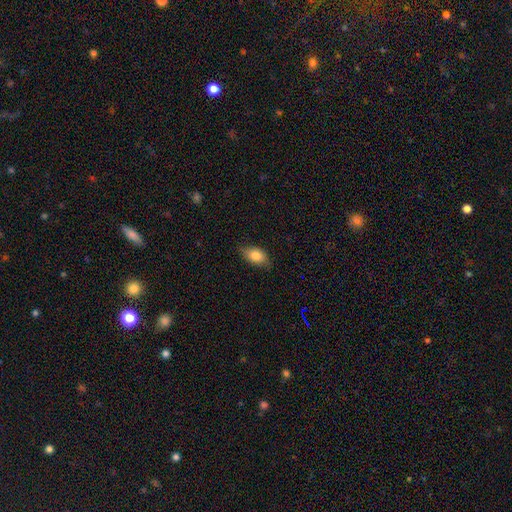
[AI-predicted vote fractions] smooth-or-featured: smooth: 82% | featured or disk: 11% | star or artifact: 7%
  how-rounded: in between: 88% | round: 9% | cigar-shaped: 3%
  merging: none: 76% | minor disturbance: 20% | major disturbance: 3% | merger: 1%